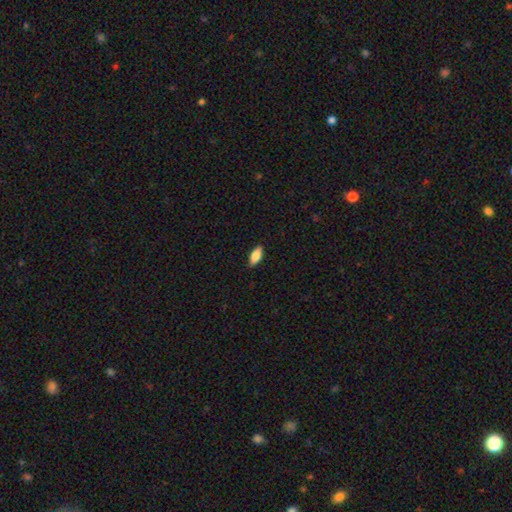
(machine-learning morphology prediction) smooth 84%, featured or disk 10%, star or artifact 6%. Down the decision tree: how rounded — in between (86%); merging — none (87%).